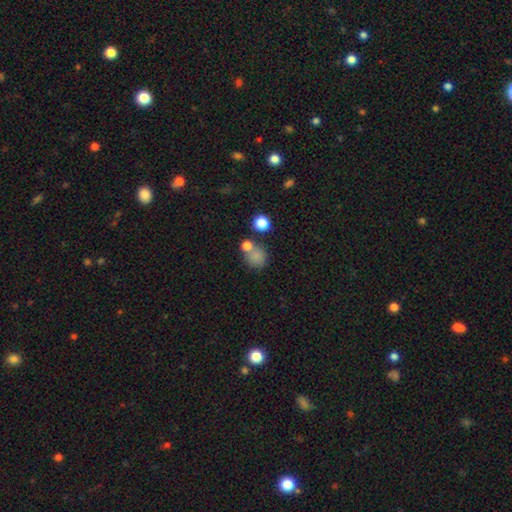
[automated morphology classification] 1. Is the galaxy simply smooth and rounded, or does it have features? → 78% smooth, 13% star or artifact, 8% featured or disk.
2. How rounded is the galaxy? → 77% round, 22% in between, 1% cigar-shaped.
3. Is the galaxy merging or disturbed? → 54% none, 28% merger, 12% minor disturbance, 6% major disturbance.